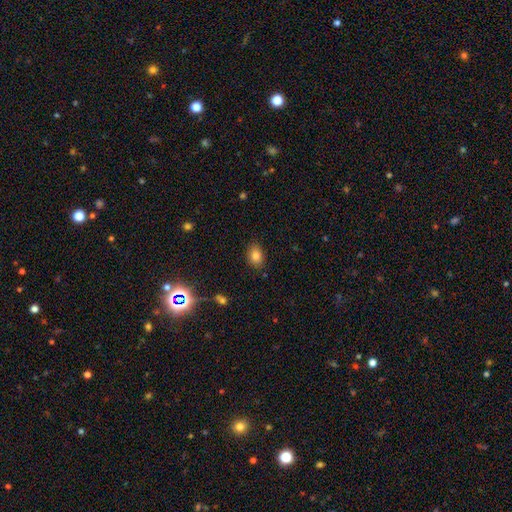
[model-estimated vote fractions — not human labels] This appears to be a smooth galaxy with no disk features (82%) that is in between round and cigar-shaped (71%). Merging: none (82%).